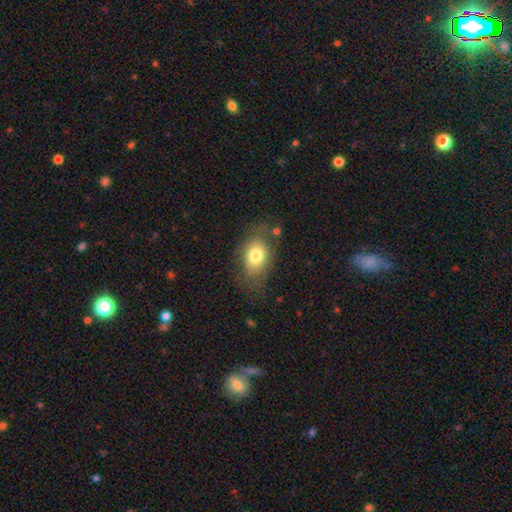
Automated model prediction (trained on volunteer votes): smooth_or_featured: smooth (p=0.75) [alt: featured or disk p=0.16]
how_rounded: in between (p=0.78) [alt: round p=0.20]
merging: none (p=0.64) [alt: minor disturbance p=0.22]